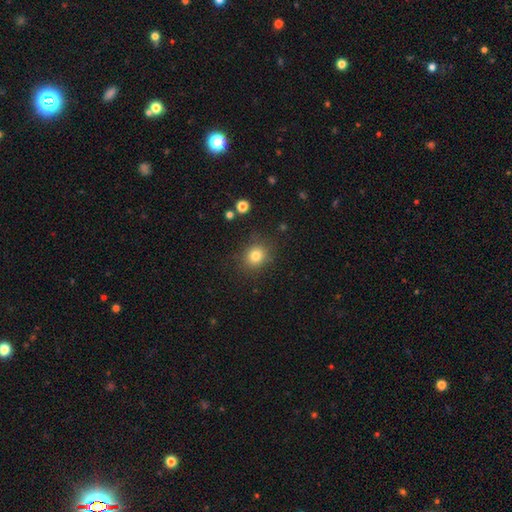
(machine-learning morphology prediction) This appears to be a smooth galaxy with no disk features (80%) that is round (73%). Merging: none (83%).